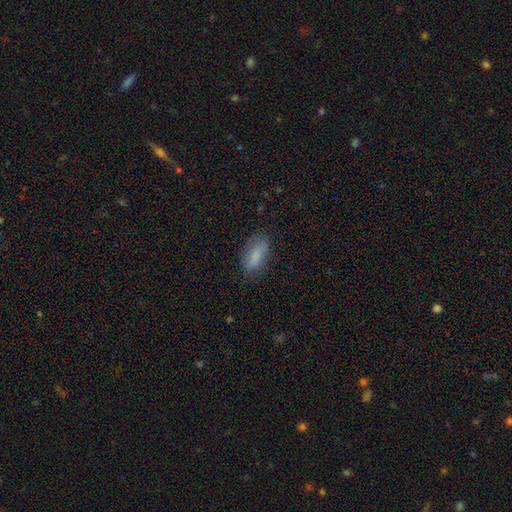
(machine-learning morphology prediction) The model was most divided on "merging": none: 74%, minor disturbance: 19%, major disturbance: 5%, merger: 1%. More confident: smooth or featured — smooth (79%); how rounded — in between (78%).